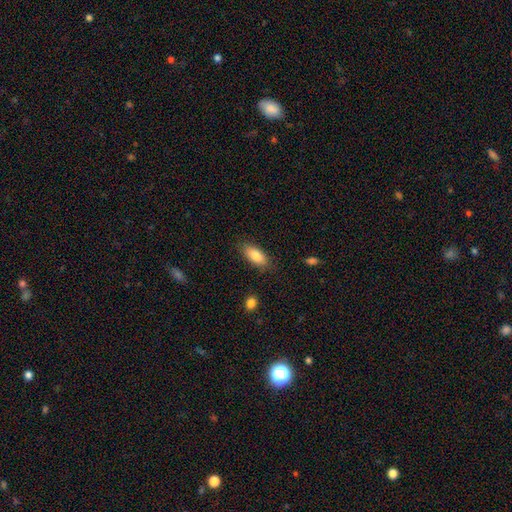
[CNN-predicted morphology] This appears to be a smooth galaxy with no disk features (84%) that is in between round and cigar-shaped (84%). Merging: none (83%).